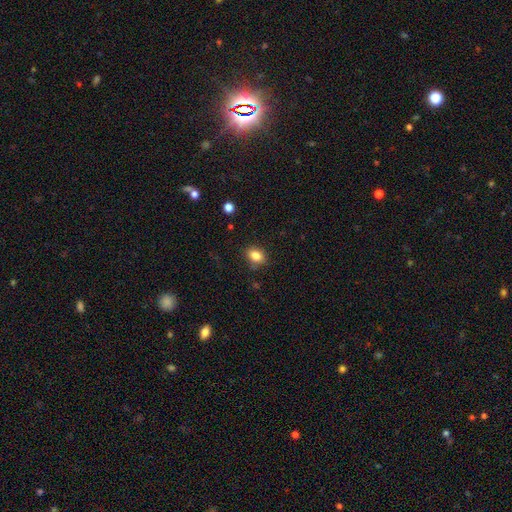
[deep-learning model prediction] Smooth or featured? Predicted: smooth (p=0.84). How rounded? Predicted: in between (p=0.68). Merging? Predicted: none (p=0.83).